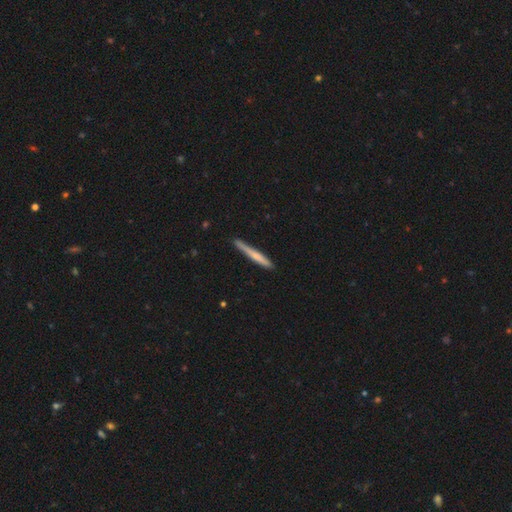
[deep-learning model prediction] Overall: smooth (60%; featured or disk 34%). How rounded: cigar-shaped (96%). Merging: none (83%).